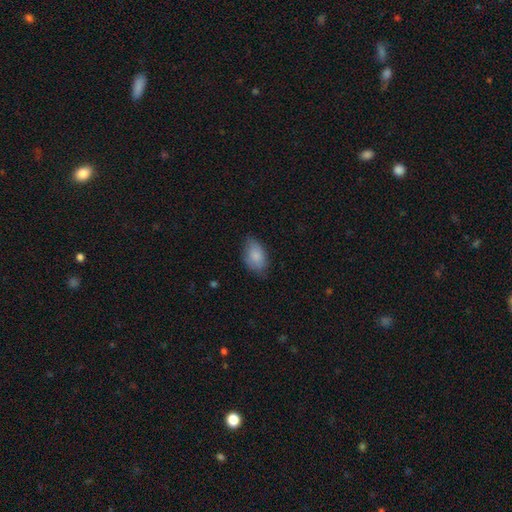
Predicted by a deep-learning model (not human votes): Morphology: type=smooth (85%); roundness=in between (92%); merging=none (71%).